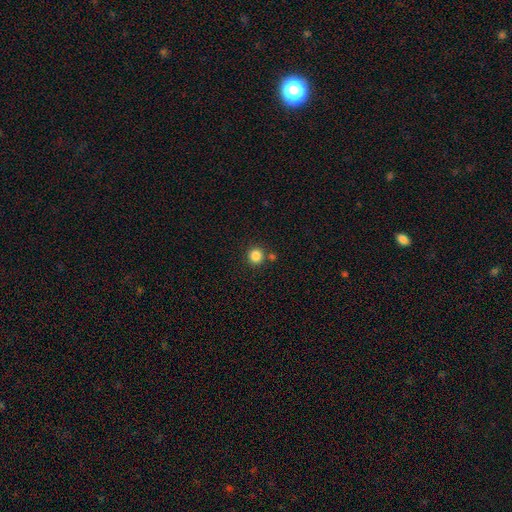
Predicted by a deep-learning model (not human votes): This appears to be a smooth galaxy with no disk features (84%) that is round (93%). Merging: none (81%).